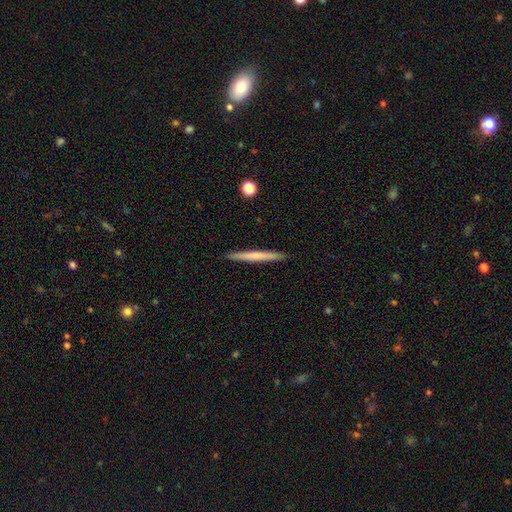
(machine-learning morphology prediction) Smooth or featured?
  - smooth: 57% *
  - featured or disk: 37%
  - star or artifact: 5%
How rounded?
  - cigar-shaped: 97% *
  - in between: 2%
  - round: 1%
Merging?
  - none: 92% *
  - minor disturbance: 6%
  - major disturbance: 1%
  - merger: 1%